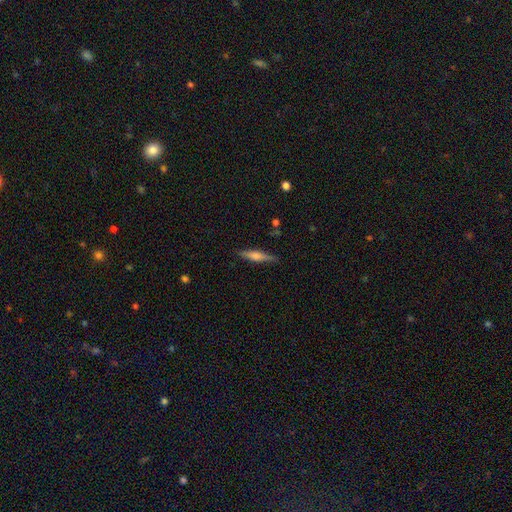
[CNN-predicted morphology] A featured or disk galaxy (59%) viewed edge-on (96%) with a rounded central bulge (77%). Merging: none (87%).